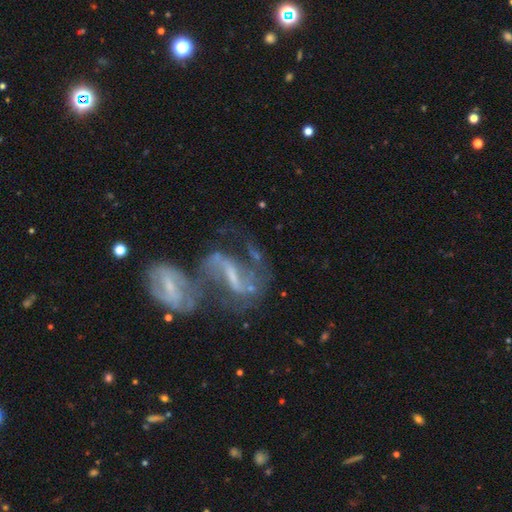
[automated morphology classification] Smooth or featured?
  - featured or disk: 79% *
  - star or artifact: 12%
  - smooth: 9%
Edge-on disk?
  - no: 94% *
  - yes: 6%
Bar?
  - strong: 45% *
  - weak: 36%
  - no: 19%
Spiral arms?
  - yes: 87% *
  - no: 13%
Spiral winding?
  - medium: 43% *
  - loose: 38%
  - tight: 18%
Spiral arm count?
  - 2: 79% *
  - can't tell: 10%
  - 1: 5%
  - 3: 3%
  - 4: 2%
  - more than 4: 2%
Bulge size?
  - small: 56% *
  - moderate: 22%
  - none: 18%
  - large: 2%
  - dominant: 2%
Merging?
  - merger: 59% *
  - none: 20%
  - major disturbance: 12%
  - minor disturbance: 9%